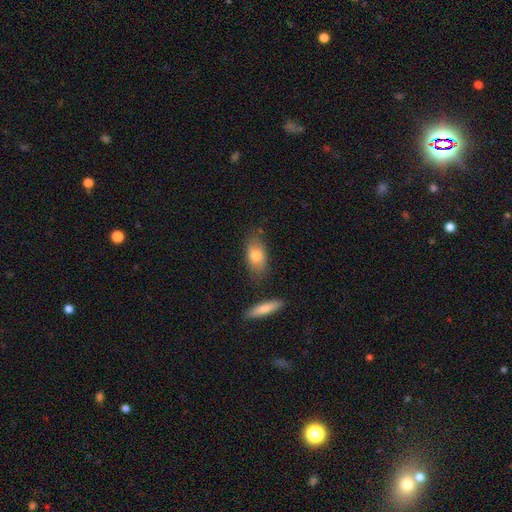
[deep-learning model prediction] This appears to be a smooth galaxy with no disk features (76%) that is in between round and cigar-shaped (86%). Merging: none (74%).